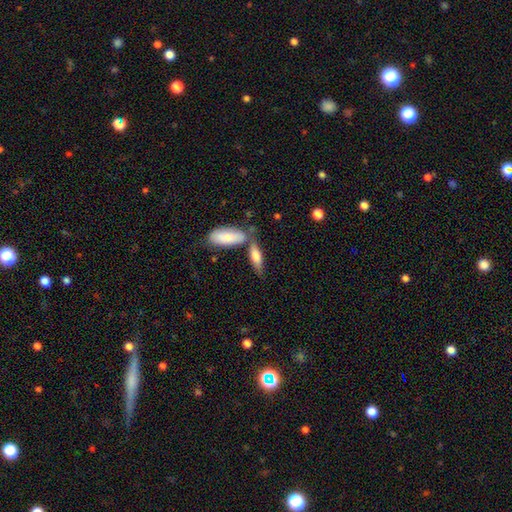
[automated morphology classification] Smooth or featured?
  - smooth: 70% *
  - featured or disk: 24%
  - star or artifact: 6%
How rounded?
  - in between: 52% *
  - cigar-shaped: 45%
  - round: 3%
Merging?
  - none: 50% *
  - merger: 31%
  - minor disturbance: 14%
  - major disturbance: 5%